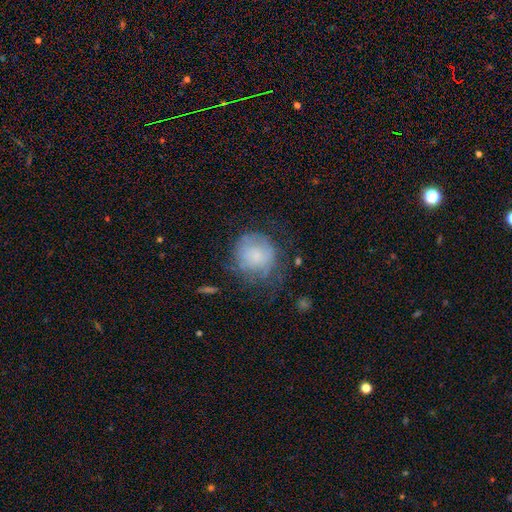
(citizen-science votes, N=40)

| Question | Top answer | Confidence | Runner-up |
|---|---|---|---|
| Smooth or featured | featured or disk | 50% | smooth (40%) |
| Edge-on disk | no | 85% | yes (15%) |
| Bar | no | 76% | weak (18%) |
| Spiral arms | yes | 65% | no (35%) |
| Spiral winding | tight | 36% | tied: loose (36%) |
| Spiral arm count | can't tell | 36% | 2 (18%) |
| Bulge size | small | 41% | moderate (29%) |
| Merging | major disturbance | 42% | none (36%) |